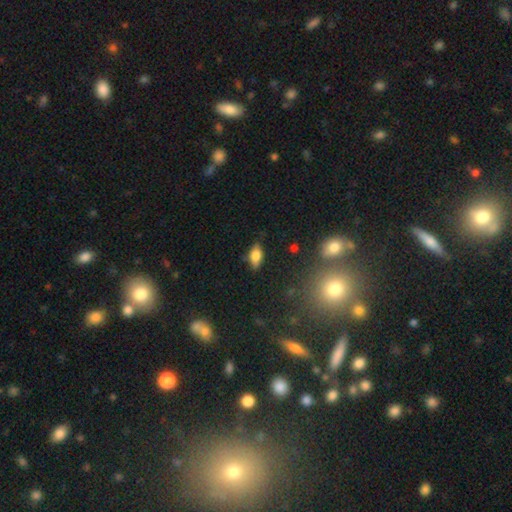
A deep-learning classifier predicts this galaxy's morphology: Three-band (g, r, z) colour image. It shows a smooth galaxy with no disk features (71%) that is in between round and cigar-shaped (86%). Merging: none (80%).